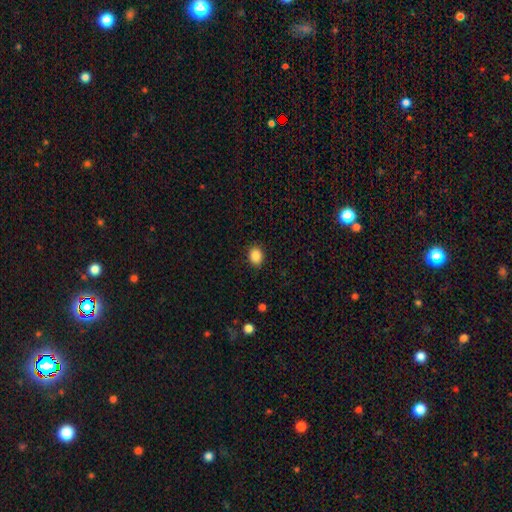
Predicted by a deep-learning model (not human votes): The model was most divided on "how rounded": round: 53%, in between: 46%, cigar-shaped: 1%. More confident: smooth or featured — smooth (88%); merging — none (88%).